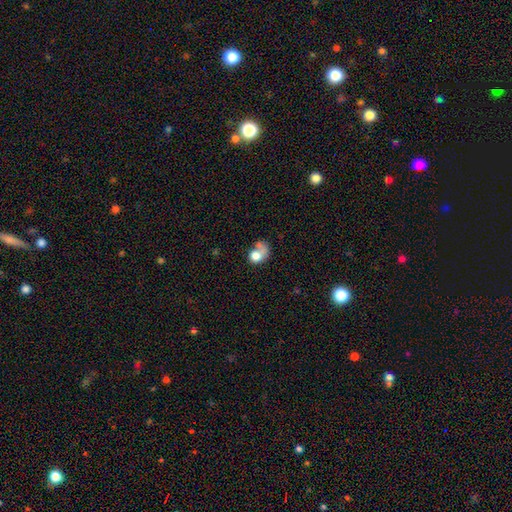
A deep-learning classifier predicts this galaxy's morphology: Smooth or featured? Predicted: smooth (p=0.67). How rounded? Predicted: in between (p=0.54). Merging? Predicted: major disturbance (p=0.31).